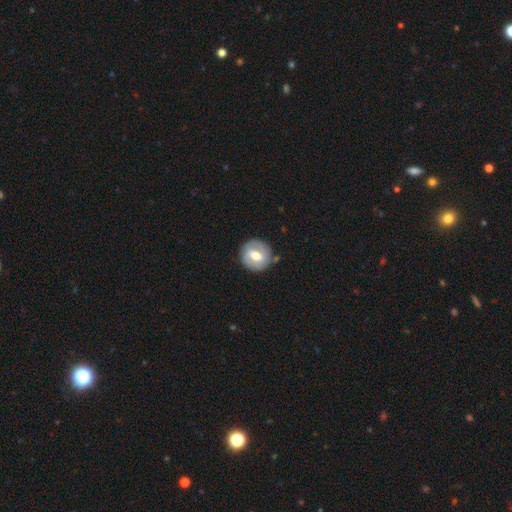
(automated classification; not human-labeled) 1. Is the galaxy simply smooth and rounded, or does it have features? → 54% featured or disk, 40% smooth, 6% star or artifact.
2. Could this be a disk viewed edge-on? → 95% no, 5% yes.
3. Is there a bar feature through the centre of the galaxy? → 48% weak, 31% strong, 21% no.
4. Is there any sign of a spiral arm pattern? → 57% yes, 43% no.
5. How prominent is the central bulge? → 73% moderate, 13% small, 12% large, 1% dominant, 1% none.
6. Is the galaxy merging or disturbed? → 82% none, 12% minor disturbance, 4% major disturbance, 3% merger.